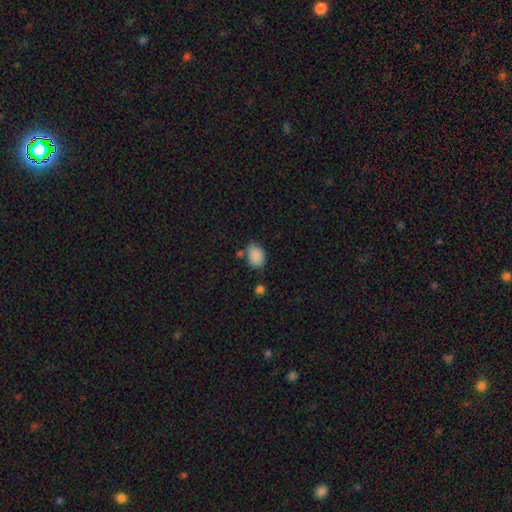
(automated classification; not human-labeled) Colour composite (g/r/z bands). It shows a smooth galaxy with no disk features (87%) that is in between round and cigar-shaped (76%). Merging: none (69%).